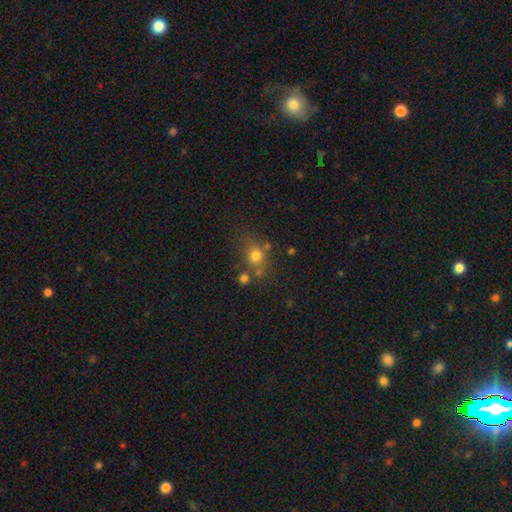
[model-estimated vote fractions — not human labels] smooth 74%, star or artifact 15%, featured or disk 11%. Down the decision tree: how rounded — round (71%); merging — none (63%).